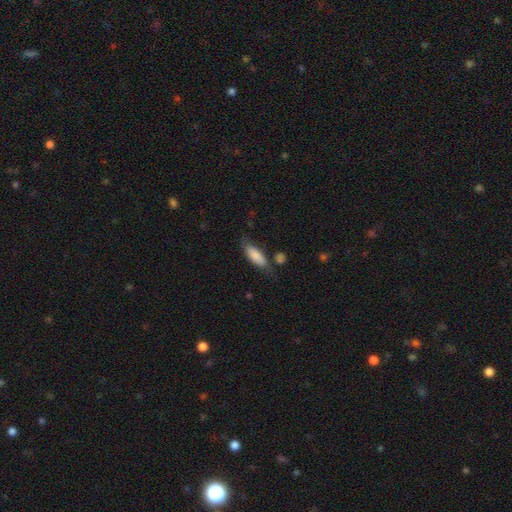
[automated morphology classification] Smooth or featured: smooth — 80% (featured or disk — 14%)
How rounded: in between — 68% (cigar-shaped — 30%)
Merging: none — 58% (minor disturbance — 25%)